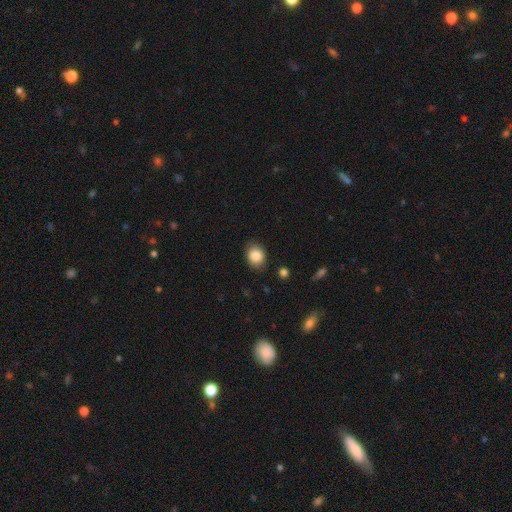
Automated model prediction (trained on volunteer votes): smooth_or_featured: smooth (p=0.86) [alt: star or artifact p=0.08]
how_rounded: in between (p=0.51) [alt: round p=0.48]
merging: none (p=0.84) [alt: minor disturbance p=0.12]